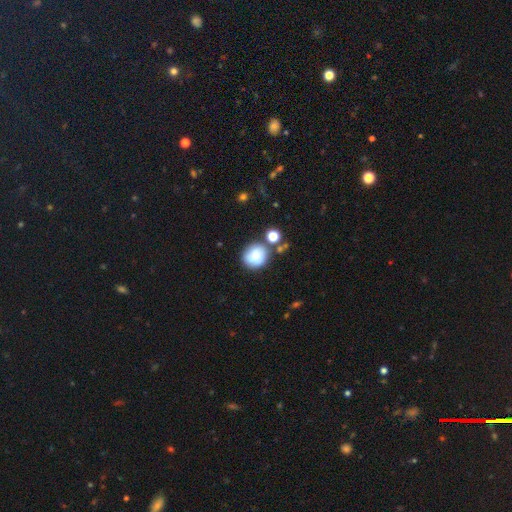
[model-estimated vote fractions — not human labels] Q: Smooth or featured?
A: smooth (81%); runner-up: featured or disk (10%)
Q: How rounded?
A: round (82%); runner-up: in between (17%)
Q: Merging?
A: none (68%); runner-up: minor disturbance (14%)